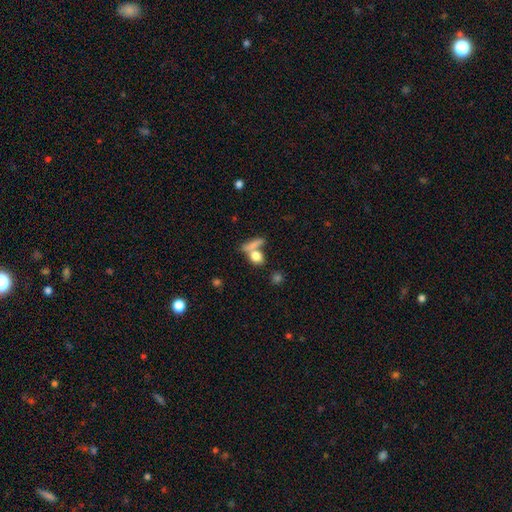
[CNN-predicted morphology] The model was most divided on "how rounded": in between: 45%, round: 39%, cigar-shaped: 16%. Remaining: smooth or featured — smooth (78%); merging — none (49%).